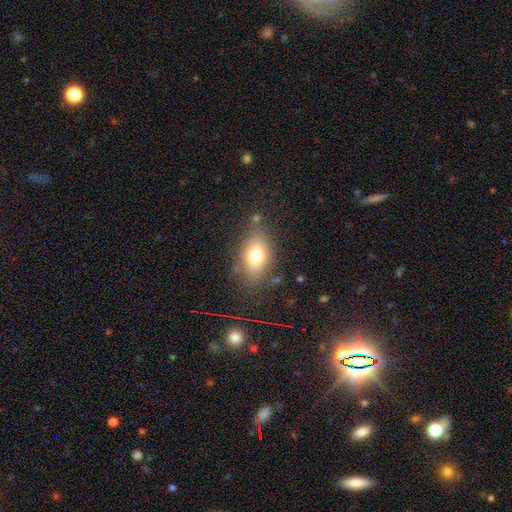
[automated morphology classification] Smooth or featured? Predicted: smooth (p=0.73). How rounded? Predicted: in between (p=0.82). Merging? Predicted: none (p=0.76).